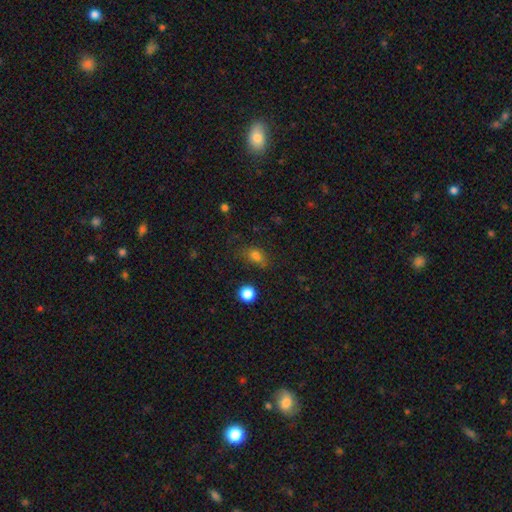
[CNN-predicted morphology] Overall: smooth (76%). How rounded: in between (64%; round 32%). Merging: none (65%).